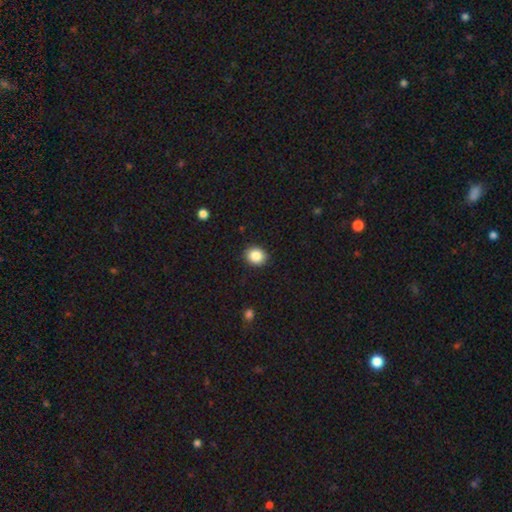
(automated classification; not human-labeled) This is clearly a smooth galaxy (86%). How rounded: likely round (70%). Merging: clearly none (90%).